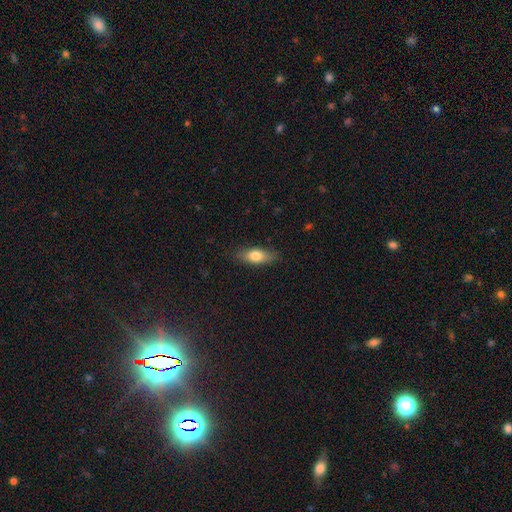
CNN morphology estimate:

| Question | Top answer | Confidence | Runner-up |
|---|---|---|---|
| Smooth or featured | smooth | 73% | featured or disk (20%) |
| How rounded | in between | 71% | cigar-shaped (25%) |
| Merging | none | 85% | minor disturbance (12%) |